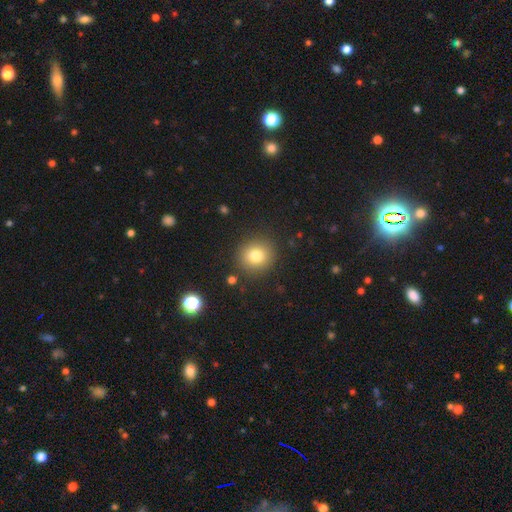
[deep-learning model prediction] This appears to be a smooth galaxy with no disk features (78%) that is round (87%). Merging: none (88%).